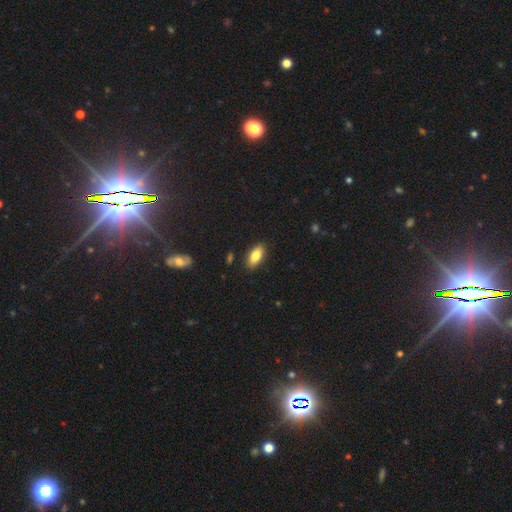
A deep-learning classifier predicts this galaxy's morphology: Smooth or featured: smooth — 83% (featured or disk — 10%)
How rounded: in between — 90% (cigar-shaped — 7%)
Merging: none — 88% (minor disturbance — 9%)